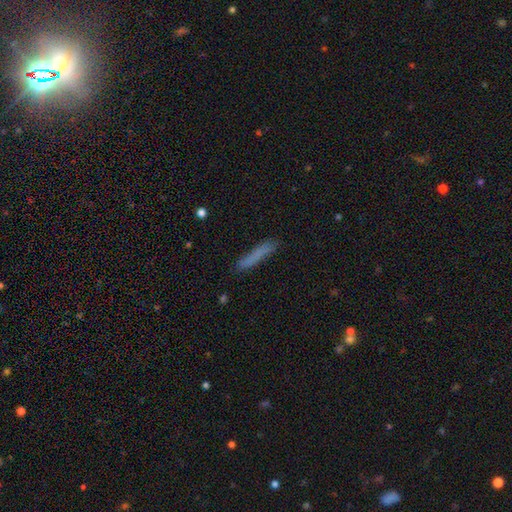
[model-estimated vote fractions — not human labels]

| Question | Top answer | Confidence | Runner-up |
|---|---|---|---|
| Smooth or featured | smooth | 72% | featured or disk (19%) |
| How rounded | cigar-shaped | 93% | in between (5%) |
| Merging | none | 82% | minor disturbance (13%) |